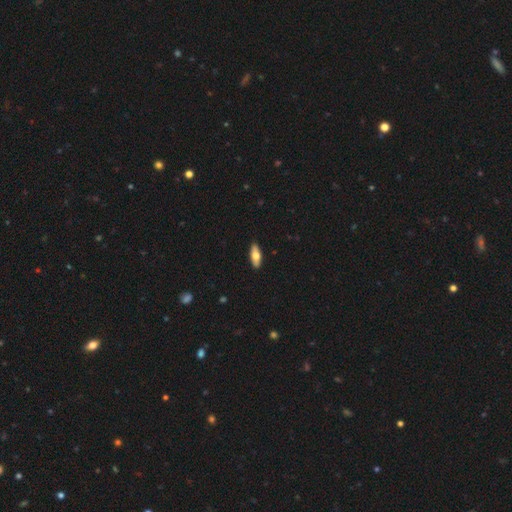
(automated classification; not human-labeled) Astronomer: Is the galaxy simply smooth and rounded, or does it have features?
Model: smooth — 65%.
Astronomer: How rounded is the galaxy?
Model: in between — 67%.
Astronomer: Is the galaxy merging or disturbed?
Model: none — 90%.